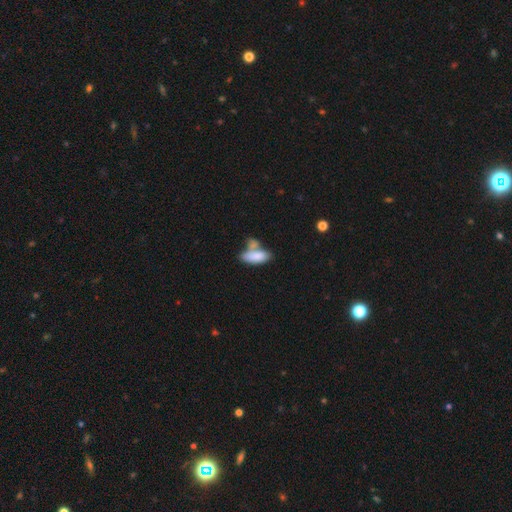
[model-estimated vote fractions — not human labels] This is clearly a smooth galaxy (82%). How rounded: clearly in between (82%). Merging: marginally merger (44%).